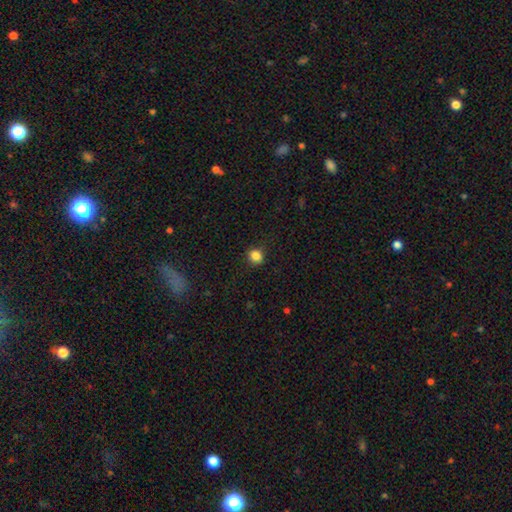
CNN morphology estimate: Overall: smooth (84%). How rounded: round (72%). Merging: none (86%).